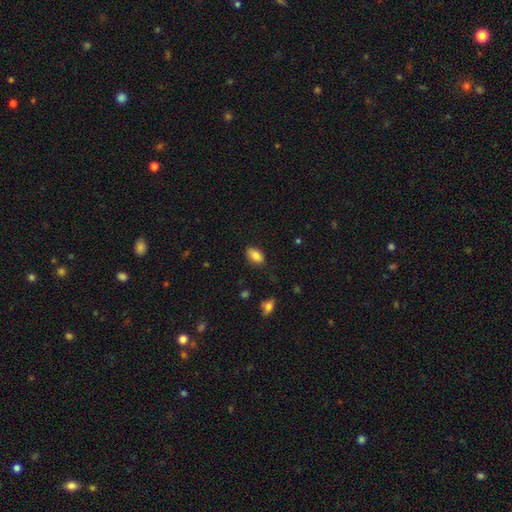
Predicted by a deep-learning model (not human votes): Overall: smooth (85%). How rounded: in between (91%). Merging: none (81%).